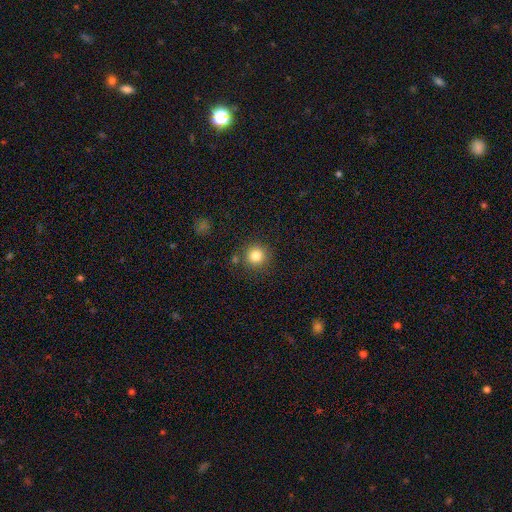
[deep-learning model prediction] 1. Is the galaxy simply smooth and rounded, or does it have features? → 83% smooth, 11% star or artifact, 6% featured or disk.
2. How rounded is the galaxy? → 93% round, 6% in between, 1% cigar-shaped.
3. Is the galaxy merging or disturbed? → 84% none, 8% minor disturbance, 4% merger, 3% major disturbance.